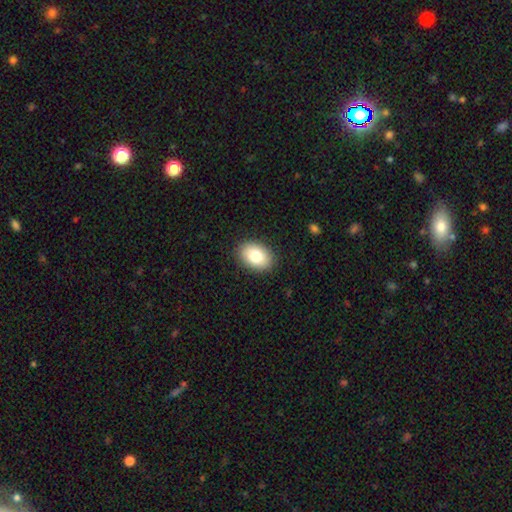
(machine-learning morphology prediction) type=smooth (81%); roundness=in between (83%); merging=none (90%).